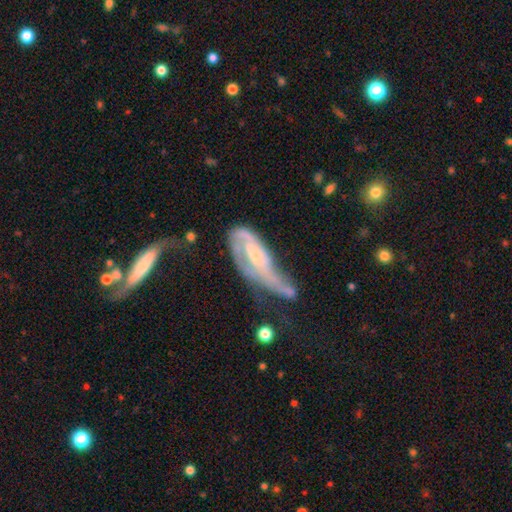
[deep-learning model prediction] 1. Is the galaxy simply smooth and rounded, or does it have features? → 70% featured or disk, 23% smooth, 7% star or artifact.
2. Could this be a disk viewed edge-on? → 85% no, 15% yes.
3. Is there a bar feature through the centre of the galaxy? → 50% no, 33% weak, 16% strong.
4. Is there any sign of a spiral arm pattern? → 72% yes, 28% no.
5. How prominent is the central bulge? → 48% small, 31% moderate, 14% none, 5% large, 2% dominant.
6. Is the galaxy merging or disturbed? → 45% major disturbance, 20% merger, 19% minor disturbance, 16% none.